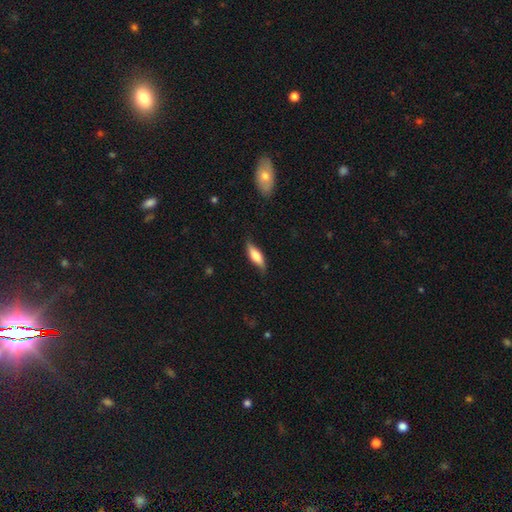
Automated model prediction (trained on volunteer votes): smooth_or_featured: smooth (p=0.63) [alt: featured or disk p=0.31]
how_rounded: cigar-shaped (p=0.49) [tied with: in between p=0.49]
merging: none (p=0.76) [alt: minor disturbance p=0.19]